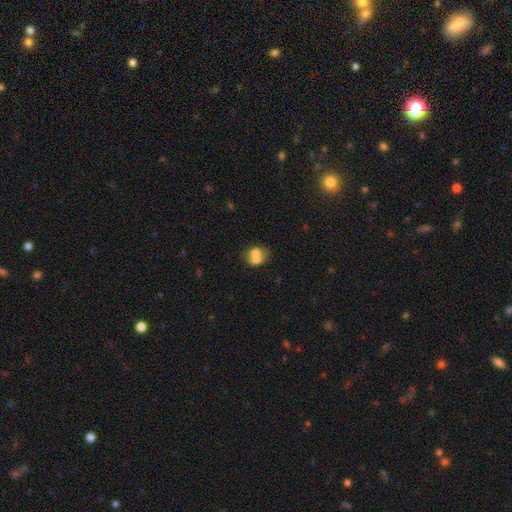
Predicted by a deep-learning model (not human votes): Smooth or featured? Predicted: smooth (p=0.62). How rounded? Predicted: in between (p=0.50). Merging? Predicted: merger (p=0.61).